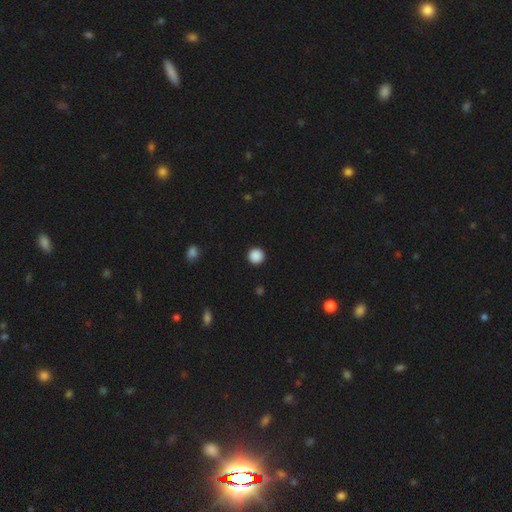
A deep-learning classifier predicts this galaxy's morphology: Smooth or featured?
  - smooth: 88% *
  - star or artifact: 9%
  - featured or disk: 2%
How rounded?
  - round: 95% *
  - in between: 4%
  - cigar-shaped: 1%
Merging?
  - none: 93% *
  - minor disturbance: 4%
  - major disturbance: 2%
  - merger: 1%